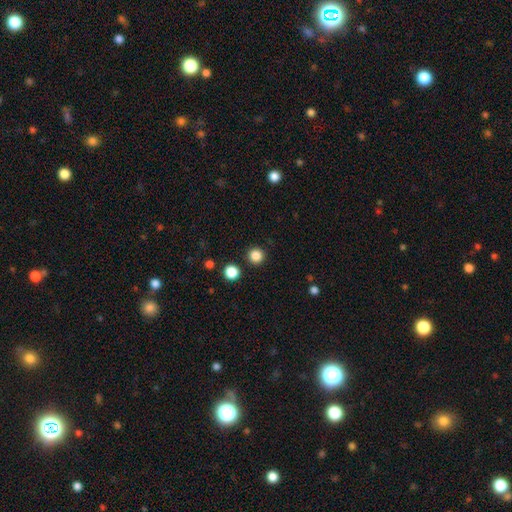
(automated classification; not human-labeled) This is clearly a smooth galaxy (85%). How rounded: clearly round (95%). Merging: clearly none (91%).